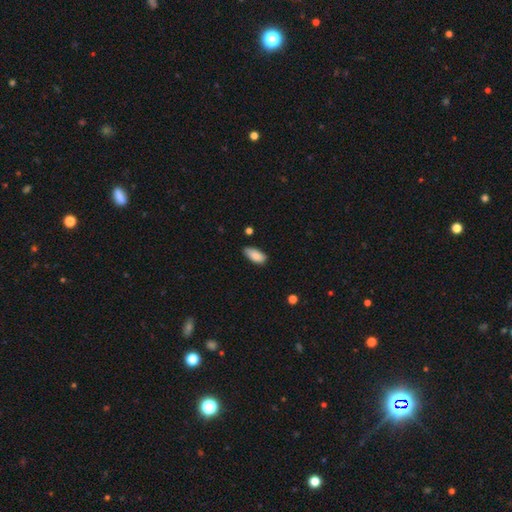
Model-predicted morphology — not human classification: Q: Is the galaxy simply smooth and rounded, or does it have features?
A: smooth — 87%.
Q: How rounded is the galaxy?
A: in between — 89%.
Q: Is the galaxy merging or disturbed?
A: none — 76%.